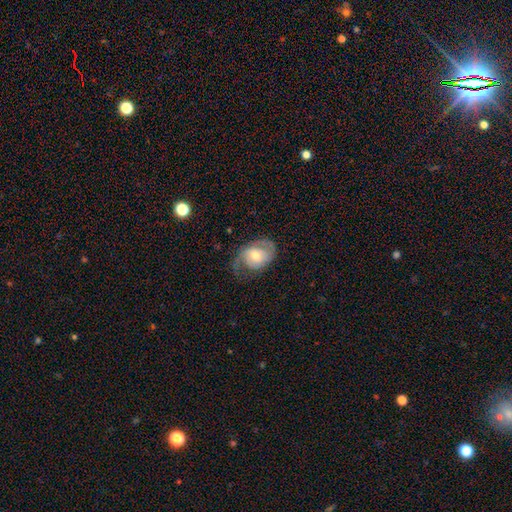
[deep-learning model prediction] Morphology: type=featured or disk (61%); edge-on=no (95%); bar=no (60%); spiral arms=yes (78%); bulge=moderate (61%); merging=none (50%).